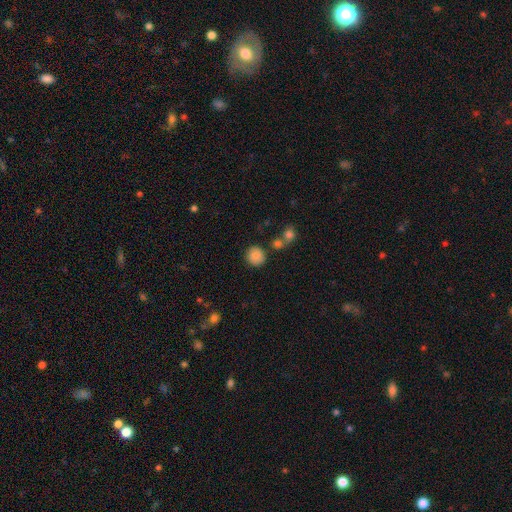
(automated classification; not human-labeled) smooth-or-featured: smooth: 85% | star or artifact: 9% | featured or disk: 5%
  how-rounded: round: 87% | in between: 12% | cigar-shaped: 1%
  merging: none: 77% | minor disturbance: 11% | merger: 9% | major disturbance: 3%